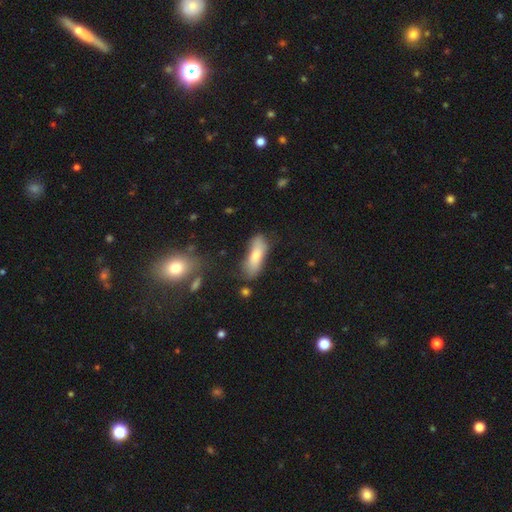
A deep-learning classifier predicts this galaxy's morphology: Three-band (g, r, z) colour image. It shows a smooth galaxy with no disk features (68%) that is in between round and cigar-shaped (56%). Merging: none (68%).